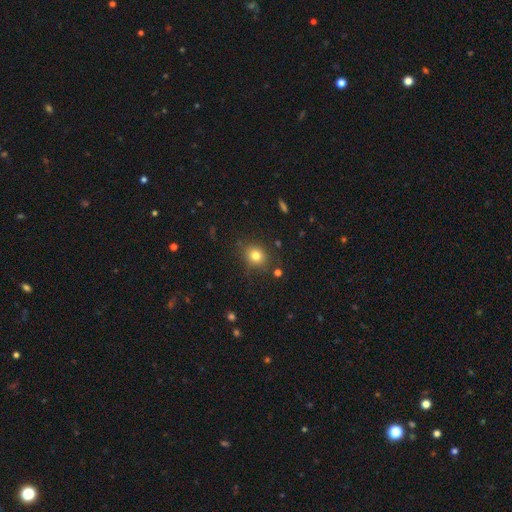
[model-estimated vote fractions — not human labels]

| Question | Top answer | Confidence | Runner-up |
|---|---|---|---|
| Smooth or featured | smooth | 79% | star or artifact (13%) |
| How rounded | round | 74% | in between (25%) |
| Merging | none | 82% | minor disturbance (12%) |